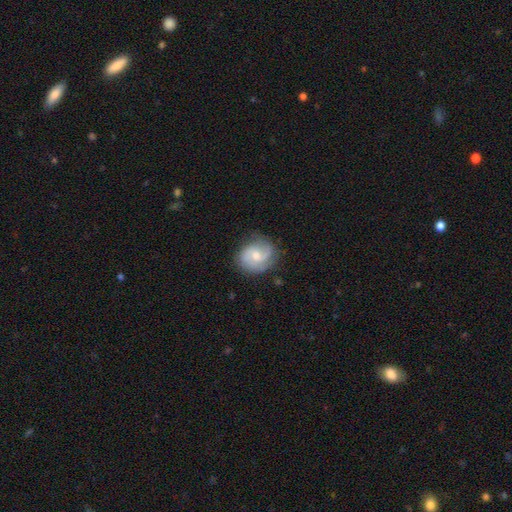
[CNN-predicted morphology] The model was most divided on "bar": no: 51%, weak: 43%, strong: 6%. Remaining: edge-on disk — no (98%); spiral arms — yes (95%); merging — none (75%); spiral arm count — 2 (73%); smooth or featured — featured or disk (73%); bulge size — moderate (57%); spiral winding — medium (48%).